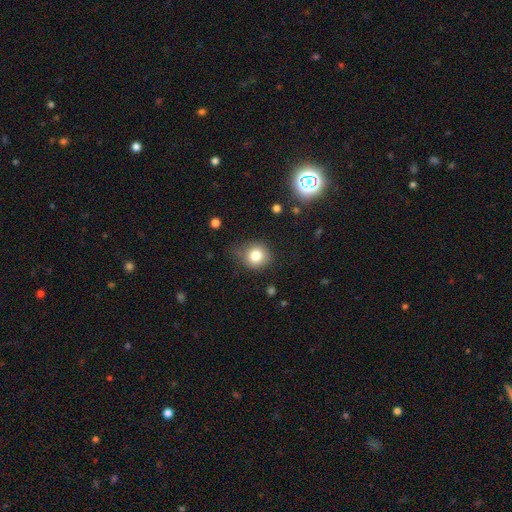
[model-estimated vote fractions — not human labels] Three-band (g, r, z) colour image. It shows a smooth galaxy with no disk features (80%) that is round (84%). Merging: none (69%).